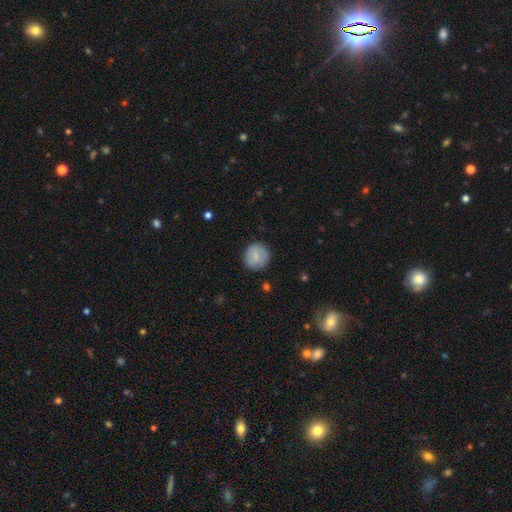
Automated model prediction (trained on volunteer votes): Q: Smooth or featured?
A: smooth (74%); runner-up: featured or disk (19%)
Q: How rounded?
A: round (91%); runner-up: in between (8%)
Q: Merging?
A: none (85%); runner-up: minor disturbance (11%)